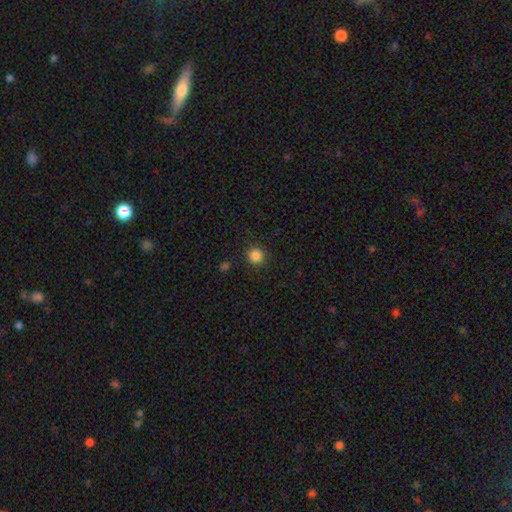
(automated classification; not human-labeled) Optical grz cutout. It shows a smooth galaxy with no disk features (85%) that is round (93%). Merging: none (89%).